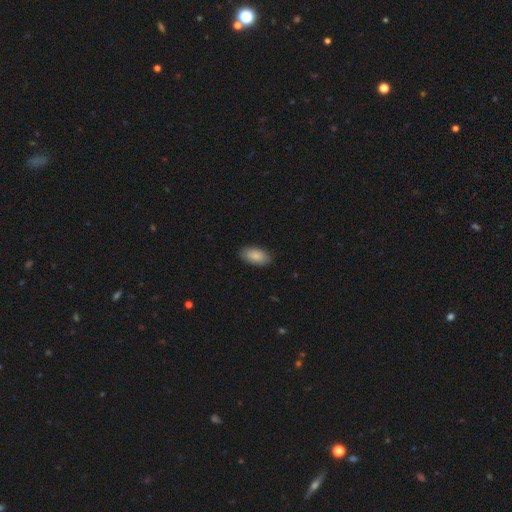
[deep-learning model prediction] Smooth or featured: smooth — 88% (featured or disk — 6%)
How rounded: in between — 95% (cigar-shaped — 3%)
Merging: none — 88% (minor disturbance — 9%)